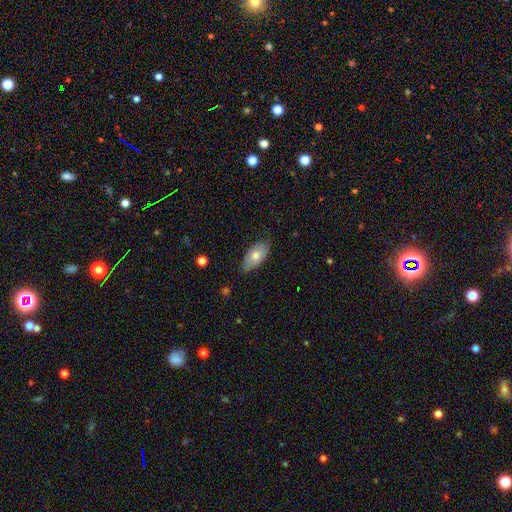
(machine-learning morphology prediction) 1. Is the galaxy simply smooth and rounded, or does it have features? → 68% smooth, 25% featured or disk, 6% star or artifact.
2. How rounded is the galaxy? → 93% in between, 4% cigar-shaped, 3% round.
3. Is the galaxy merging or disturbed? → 76% none, 20% minor disturbance, 3% major disturbance, 1% merger.